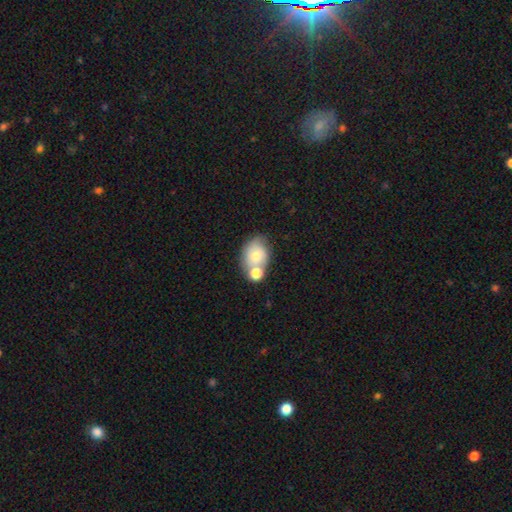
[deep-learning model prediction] smooth_or_featured: smooth (p=0.69) [alt: featured or disk p=0.21]
how_rounded: in between (p=0.55) [alt: round p=0.44]
merging: none (p=0.45) [alt: merger p=0.34]